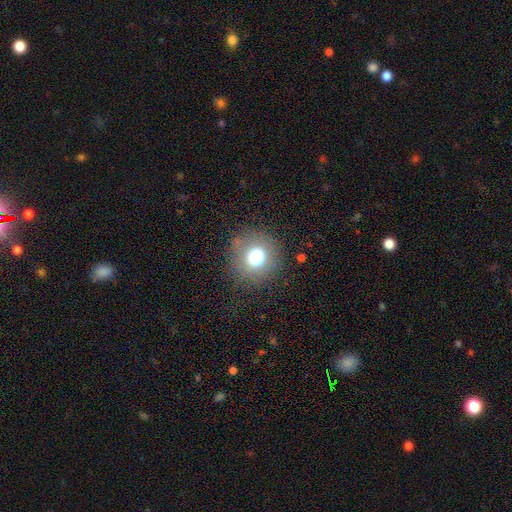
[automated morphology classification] The model was most divided on "smooth or featured": smooth: 74%, star or artifact: 14%, featured or disk: 12%. More confident: how rounded — round (88%); merging — none (82%).